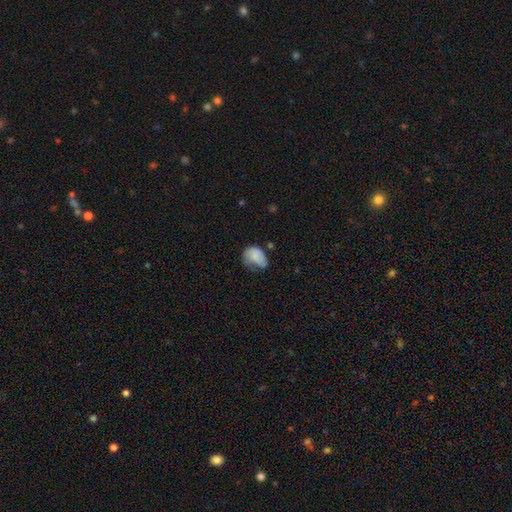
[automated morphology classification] The model was most divided on "merging": minor disturbance: 39%, none: 29%, major disturbance: 29%, merger: 3%. More confident: smooth or featured — smooth (70%); how rounded — in between (68%).